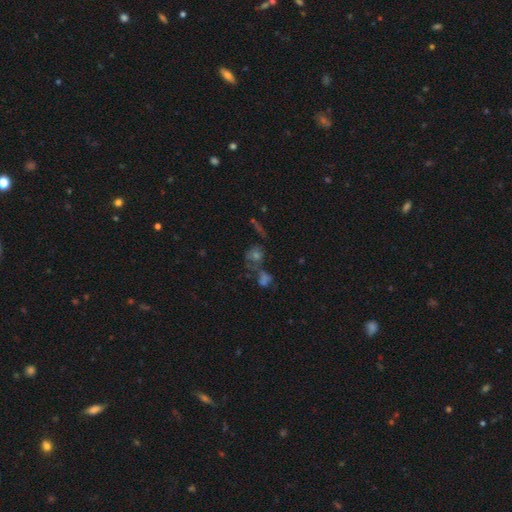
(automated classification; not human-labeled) Q: Smooth or featured?
A: star or artifact (37%); runner-up: smooth (33%)